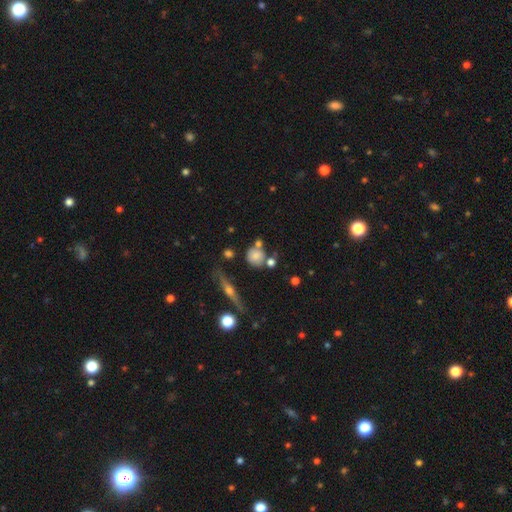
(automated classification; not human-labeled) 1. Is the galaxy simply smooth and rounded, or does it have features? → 70% smooth, 19% featured or disk, 12% star or artifact.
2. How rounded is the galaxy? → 83% round, 15% in between, 3% cigar-shaped.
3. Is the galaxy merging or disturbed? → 61% none, 19% merger, 15% minor disturbance, 5% major disturbance.